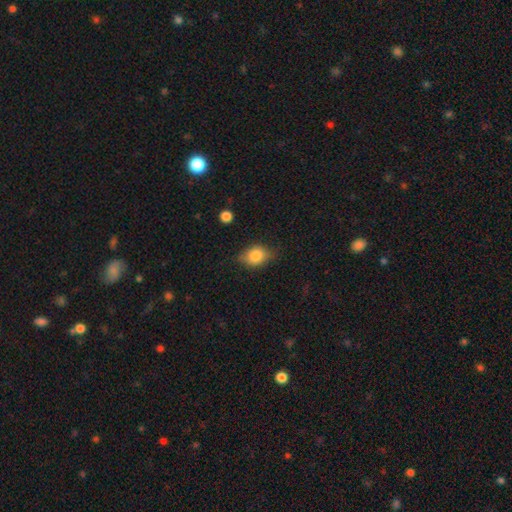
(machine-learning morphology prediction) A smooth galaxy with no disk features (81%) that is in between round and cigar-shaped (71%).

Vote fractions:
- Smooth or featured? smooth: 81% / featured or disk: 10% / star or artifact: 9%
- How rounded? in between: 71% / round: 27% / cigar-shaped: 2%
- Merging? none: 71% / minor disturbance: 23% / major disturbance: 5% / merger: 2%